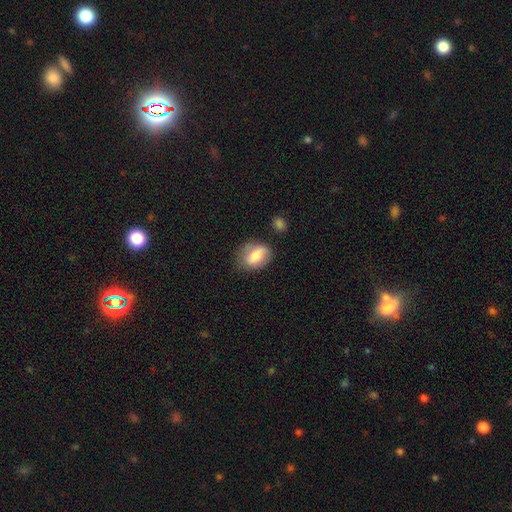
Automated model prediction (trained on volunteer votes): A smooth galaxy with no disk features (69%) that is in between round and cigar-shaped (78%). Merging: none (65%).